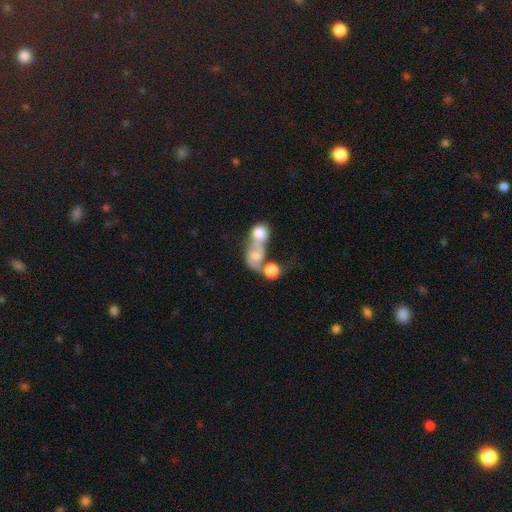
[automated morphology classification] smooth_or_featured: smooth (p=0.65) [alt: featured or disk p=0.24]
how_rounded: round (p=0.54) [alt: in between p=0.43]
merging: merger (p=0.71) [alt: none p=0.14]